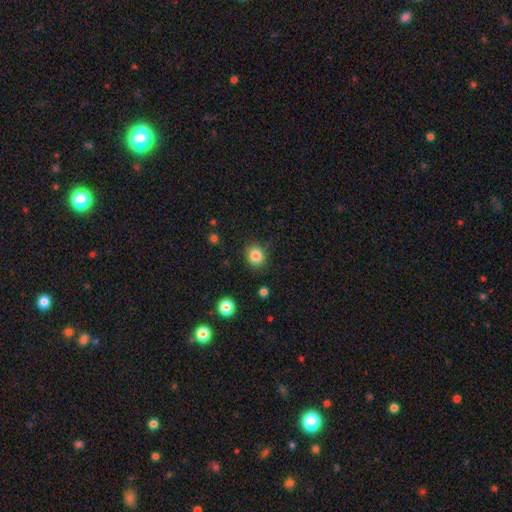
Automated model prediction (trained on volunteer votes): Smooth or featured? Predicted: smooth (p=0.84). How rounded? Predicted: round (p=0.67). Merging? Predicted: none (p=0.83).